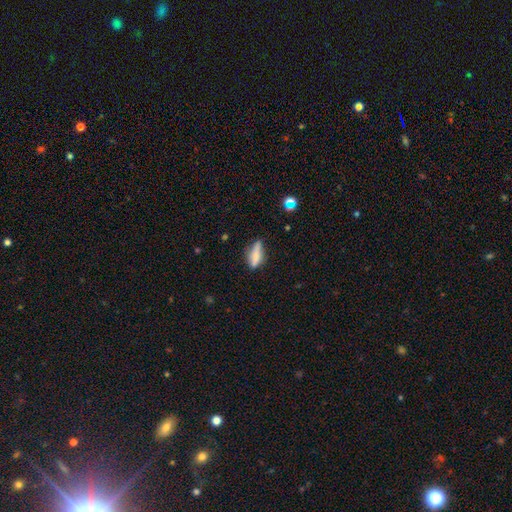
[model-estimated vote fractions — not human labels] Q: Smooth or featured?
A: smooth (64%); runner-up: featured or disk (27%)
Q: How rounded?
A: cigar-shaped (53%); runner-up: in between (44%)
Q: Merging?
A: none (58%); runner-up: minor disturbance (27%)